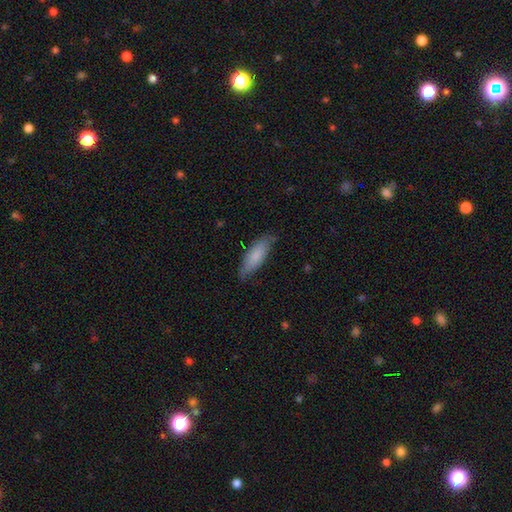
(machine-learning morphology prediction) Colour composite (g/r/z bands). It shows a smooth galaxy with no disk features (81%) that is in between round and cigar-shaped (58%). Merging: none (78%).